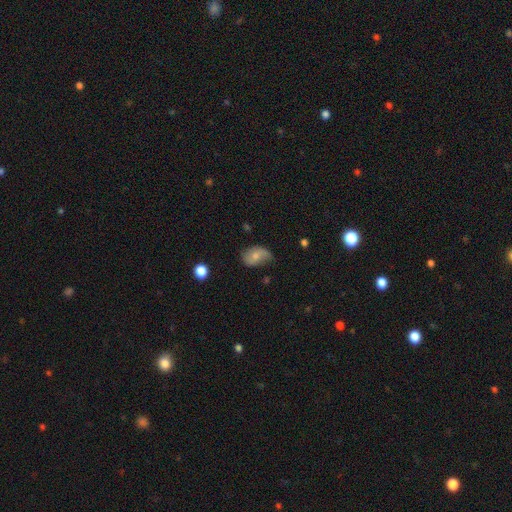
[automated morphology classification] This is possibly a smooth galaxy (58%). How rounded: clearly in between (82%). Merging: possibly none (52%).